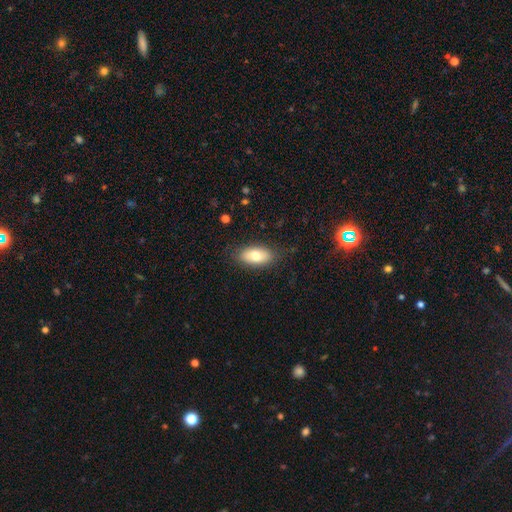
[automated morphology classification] This appears to be a smooth galaxy with no disk features (74%) that is in between round and cigar-shaped (91%). Merging: none (83%).